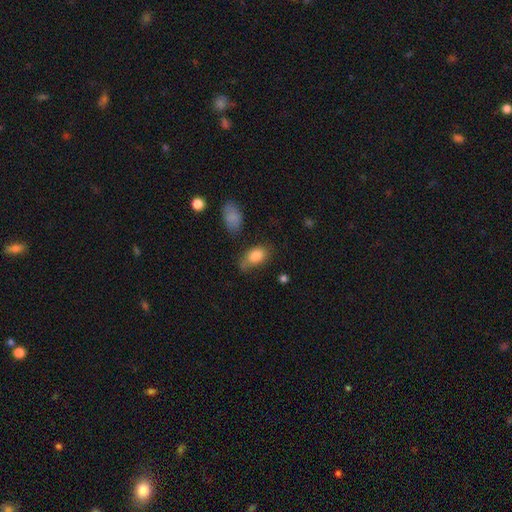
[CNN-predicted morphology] Smooth or featured? Predicted: smooth (p=0.83). How rounded? Predicted: in between (p=0.88). Merging? Predicted: none (p=0.57).